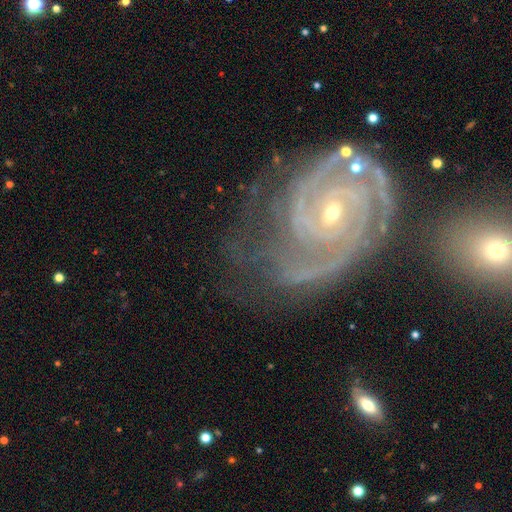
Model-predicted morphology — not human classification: featured or disk 90%, star or artifact 6%, smooth 4%. Down the decision tree: edge-on disk — no (97%); bar — no (50%); spiral arms — yes (98%); spiral arm count — 2 (33%); spiral winding — tight (77%); bulge size — small (71%); merging — none (59%).